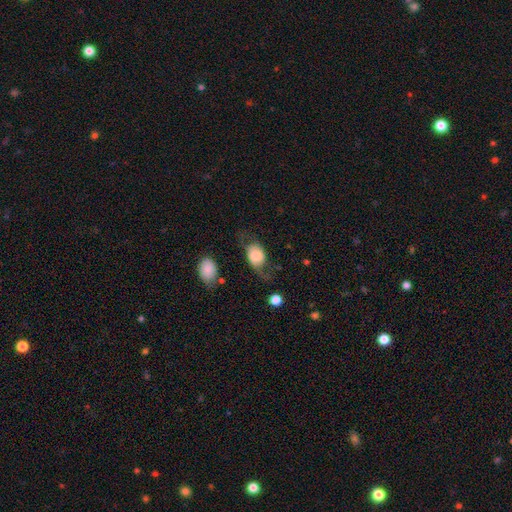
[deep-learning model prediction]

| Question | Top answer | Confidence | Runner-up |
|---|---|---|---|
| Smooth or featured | smooth | 64% | featured or disk (29%) |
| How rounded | in between | 71% | round (27%) |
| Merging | none | 41% | major disturbance (29%) |